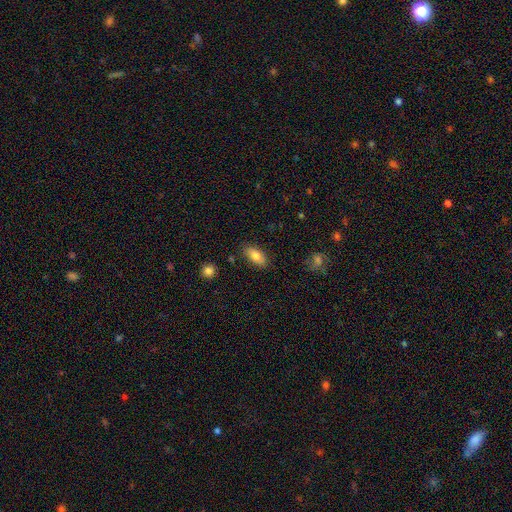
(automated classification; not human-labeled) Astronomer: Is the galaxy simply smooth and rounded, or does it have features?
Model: smooth — 80%.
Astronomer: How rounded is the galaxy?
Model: in between — 91%.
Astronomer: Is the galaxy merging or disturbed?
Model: none — 83%.